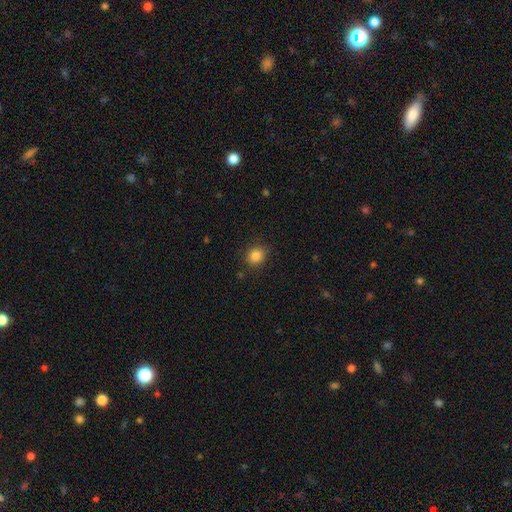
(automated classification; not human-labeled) A smooth galaxy with no disk features (85%) that is round (81%). Merging: none (86%).